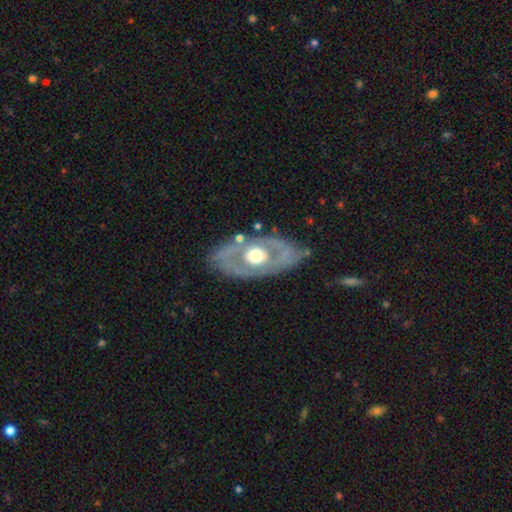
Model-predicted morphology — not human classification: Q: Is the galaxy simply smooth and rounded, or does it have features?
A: featured or disk — 68%.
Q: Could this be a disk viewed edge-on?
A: no — 89%.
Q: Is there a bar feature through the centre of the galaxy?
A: no — 87%.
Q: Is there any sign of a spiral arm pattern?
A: no — 77%.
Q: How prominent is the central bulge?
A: moderate — 65%.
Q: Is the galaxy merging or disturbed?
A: none — 72%.